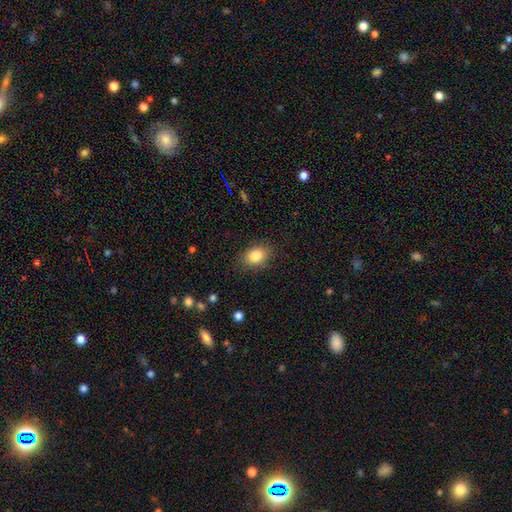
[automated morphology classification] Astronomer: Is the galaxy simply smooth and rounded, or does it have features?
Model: smooth — 85%.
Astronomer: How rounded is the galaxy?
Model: in between — 71%.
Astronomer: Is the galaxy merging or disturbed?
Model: none — 83%.